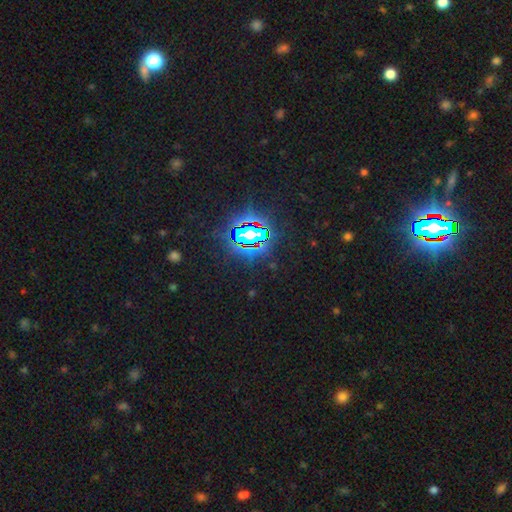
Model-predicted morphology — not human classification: type=star or artifact (82%).